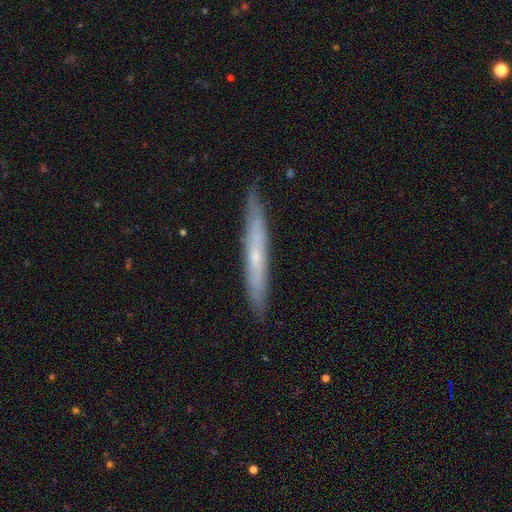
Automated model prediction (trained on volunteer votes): Overall: featured or disk (51%; smooth 43%). Edge-on disk: yes (88%). Merging: none (87%).